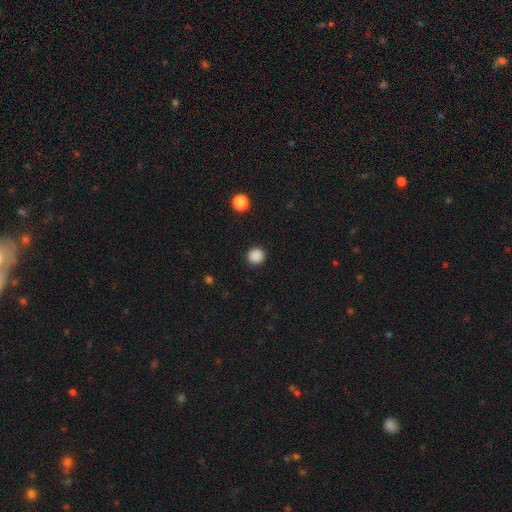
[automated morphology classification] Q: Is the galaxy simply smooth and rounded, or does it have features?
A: smooth — 87%.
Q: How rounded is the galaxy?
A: round — 93%.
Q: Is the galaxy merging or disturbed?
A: none — 92%.